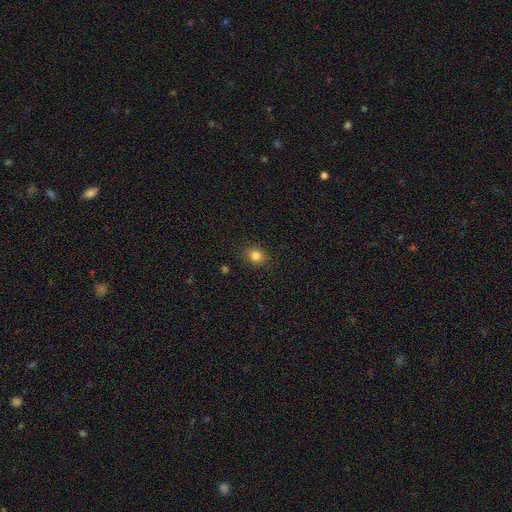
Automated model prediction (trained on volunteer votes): The model was most divided on "how rounded": round: 77%, in between: 22%, cigar-shaped: 1%. More confident: merging — none (89%); smooth or featured — smooth (83%).